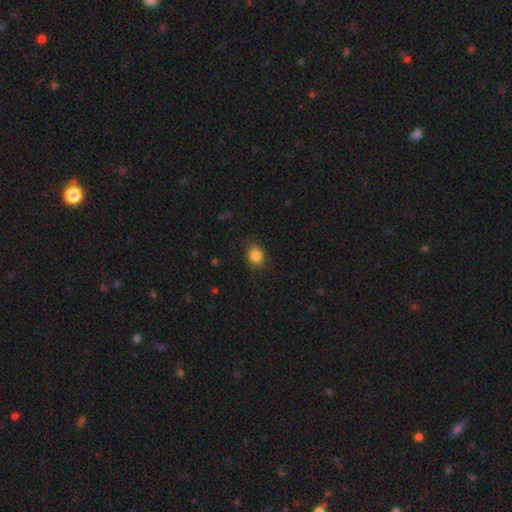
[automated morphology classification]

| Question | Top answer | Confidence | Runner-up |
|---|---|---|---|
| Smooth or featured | smooth | 86% | star or artifact (10%) |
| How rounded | round | 52% | in between (47%) |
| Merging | none | 85% | minor disturbance (10%) |